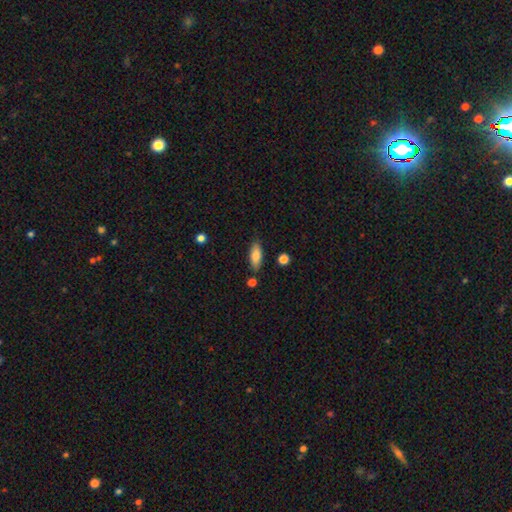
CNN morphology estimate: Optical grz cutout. It shows a smooth galaxy with no disk features (80%) that is in between round and cigar-shaped (73%). Merging: none (82%).